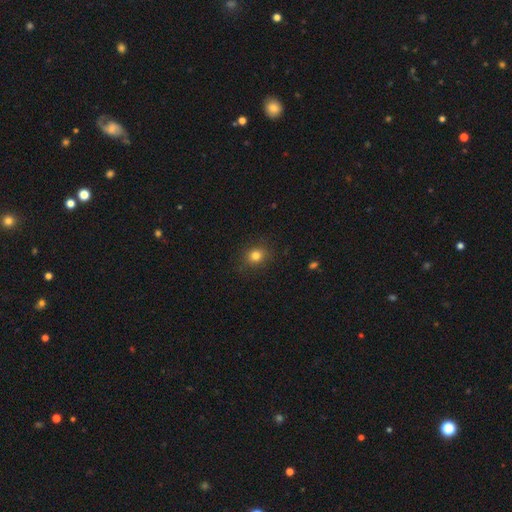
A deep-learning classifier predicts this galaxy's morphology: This is clearly a smooth galaxy (81%). How rounded: likely round (75%). Merging: clearly none (87%).